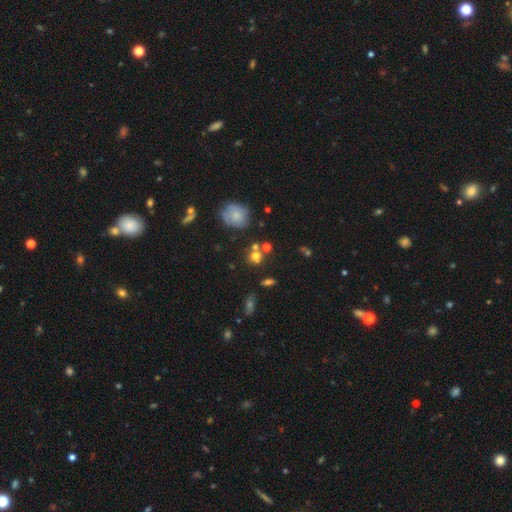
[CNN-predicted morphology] This appears to be a smooth galaxy with no disk features (67%) that is round (80%). Merging: none (54%).